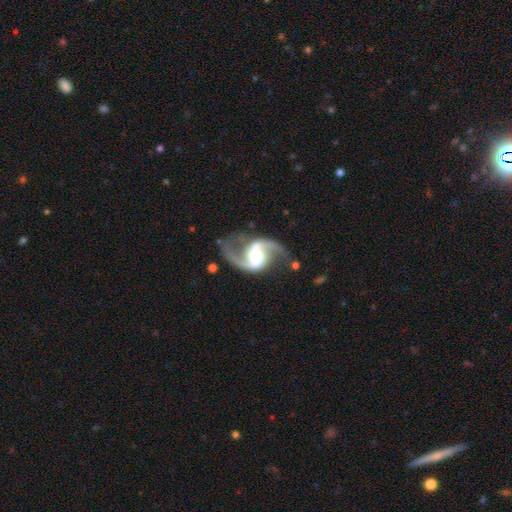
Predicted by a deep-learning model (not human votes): featured or disk 93%, star or artifact 4%, smooth 3%. Down the decision tree: edge-on disk — no (98%); bar — weak (40%); spiral arms — yes (98%); spiral arm count — 2 (94%); spiral winding — loose (48%); bulge size — moderate (57%); merging — none (76%).